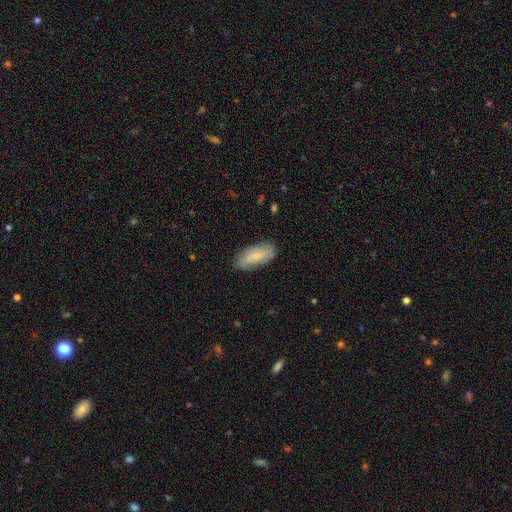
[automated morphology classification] smooth 60%, featured or disk 33%, star or artifact 7%. Down the decision tree: how rounded — in between (87%); merging — none (79%).